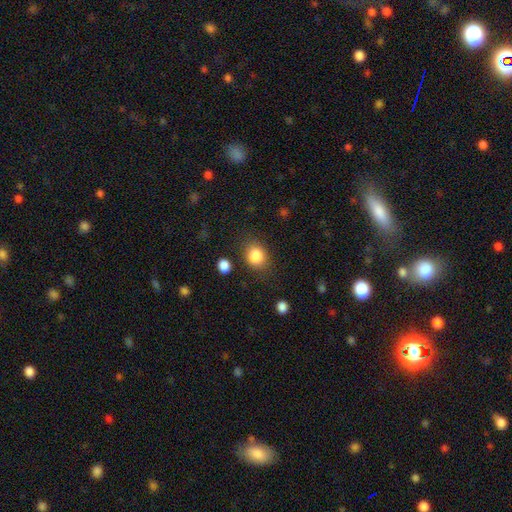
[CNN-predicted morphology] type=smooth (86%); roundness=round (58%); merging=none (76%).